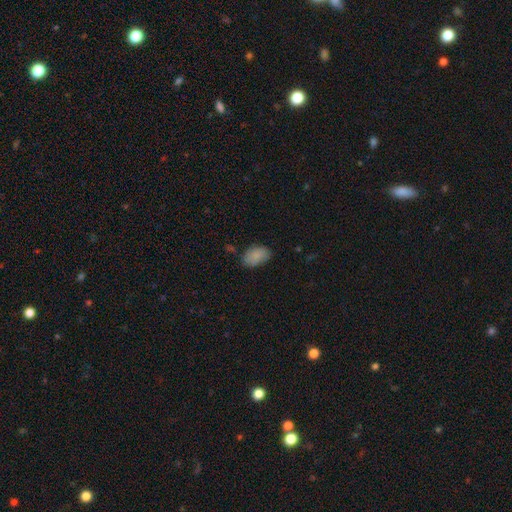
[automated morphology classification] A smooth galaxy with no disk features (85%) that is in between round and cigar-shaped (90%). Merging: none (69%).